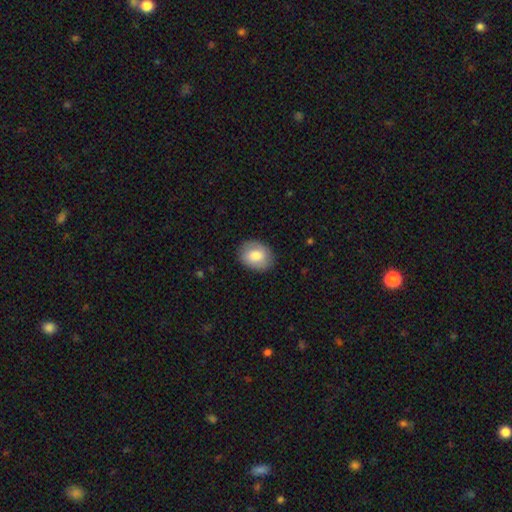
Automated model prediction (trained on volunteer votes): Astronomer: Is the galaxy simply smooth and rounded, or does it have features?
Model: smooth — 77%.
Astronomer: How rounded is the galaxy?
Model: in between — 57% (runner-up: round, 42%).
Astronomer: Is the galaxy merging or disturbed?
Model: none — 85%.